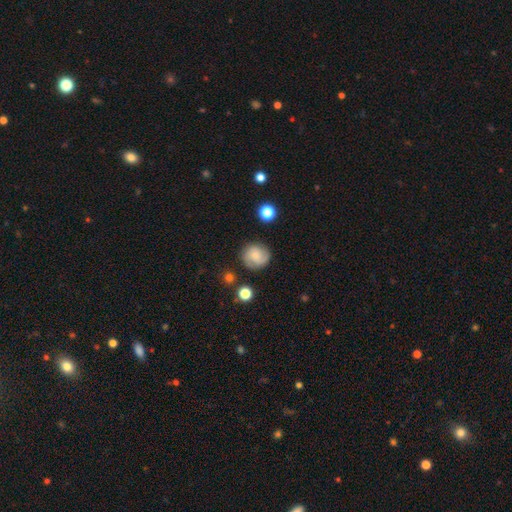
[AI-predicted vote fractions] Morphology: type=smooth (52%); roundness=round (89%); merging=none (80%).